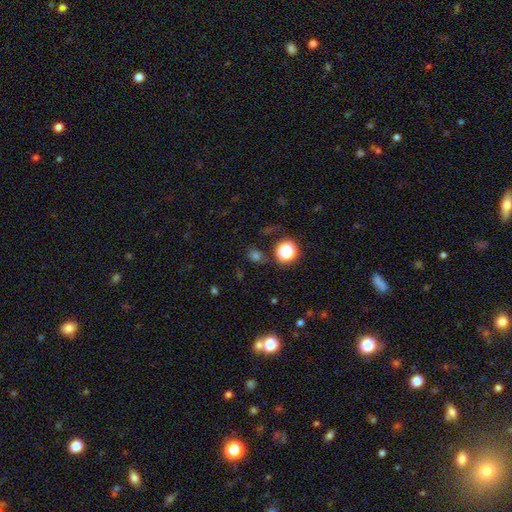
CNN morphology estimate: Smooth or featured? smooth (57%)
How rounded? round (73%)
Merging? none (79%)